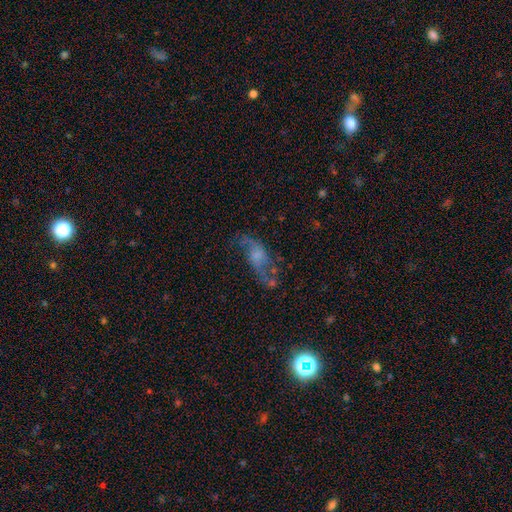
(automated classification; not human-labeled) Q: Smooth or featured?
A: featured or disk (69%); runner-up: smooth (19%)
Q: Edge-on disk?
A: no (91%); runner-up: yes (9%)
Q: Bar?
A: no (63%); runner-up: weak (31%)
Q: Spiral arms?
A: yes (86%); runner-up: no (14%)
Q: Spiral winding?
A: loose (73%); runner-up: medium (21%)
Q: Spiral arm count?
A: 2 (85%); runner-up: can't tell (6%)
Q: Bulge size?
A: small (41%); runner-up: moderate (32%)
Q: Merging?
A: none (58%); runner-up: minor disturbance (20%)